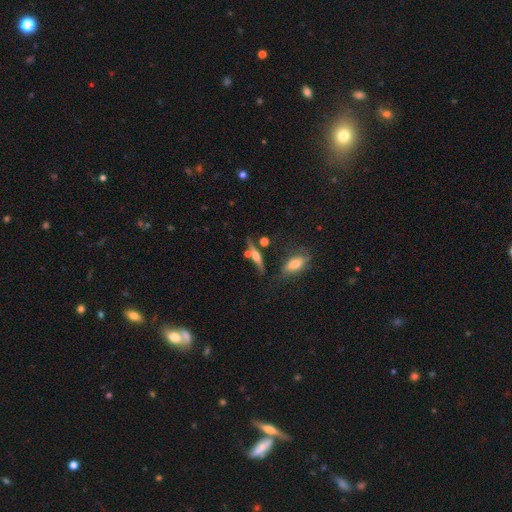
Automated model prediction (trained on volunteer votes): This is possibly a featured or disk galaxy (60%). It is clearly viewed edge-on (92%). Edge-on bulge: clearly rounded (87%). Merging: likely none (66%).